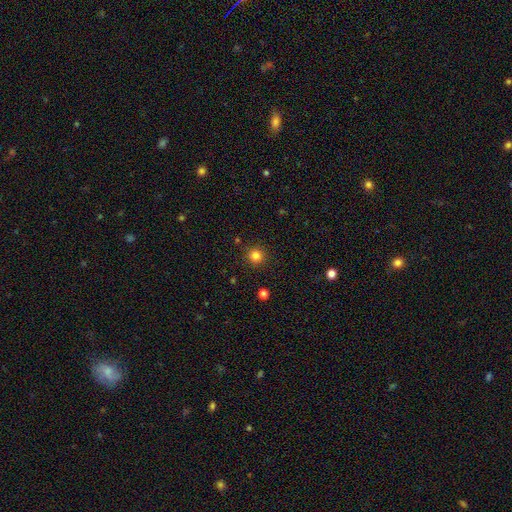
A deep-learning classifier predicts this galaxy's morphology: smooth-or-featured: smooth: 82% | star or artifact: 13% | featured or disk: 4%
  how-rounded: round: 95% | in between: 4% | cigar-shaped: 1%
  merging: none: 91% | minor disturbance: 5% | major disturbance: 2% | merger: 2%